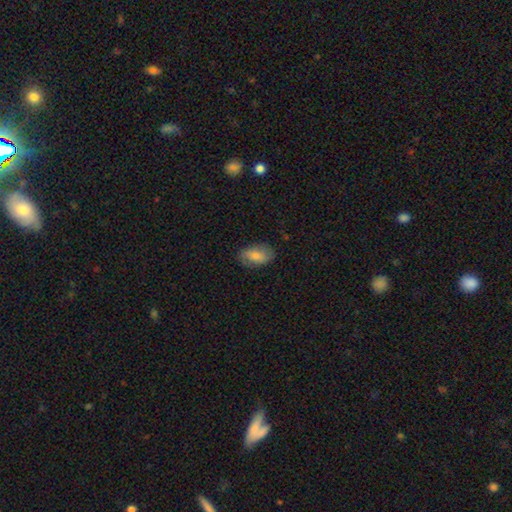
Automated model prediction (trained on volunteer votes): smooth-or-featured: smooth: 68% | featured or disk: 25% | star or artifact: 8%
  how-rounded: in between: 91% | round: 6% | cigar-shaped: 3%
  merging: none: 81% | minor disturbance: 15% | major disturbance: 3% | merger: 1%